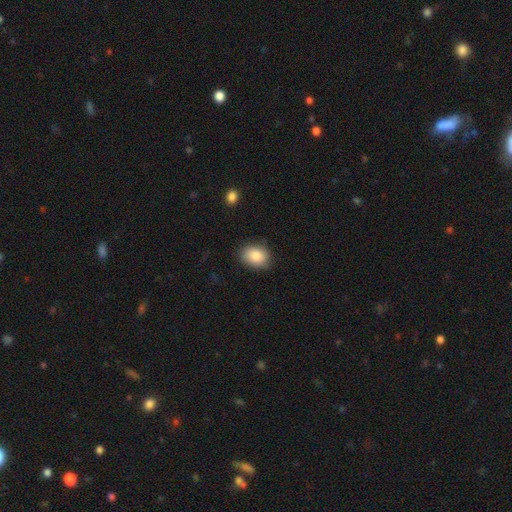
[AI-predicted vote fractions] Morphology: type=smooth (87%); roundness=in between (67%); merging=none (83%).